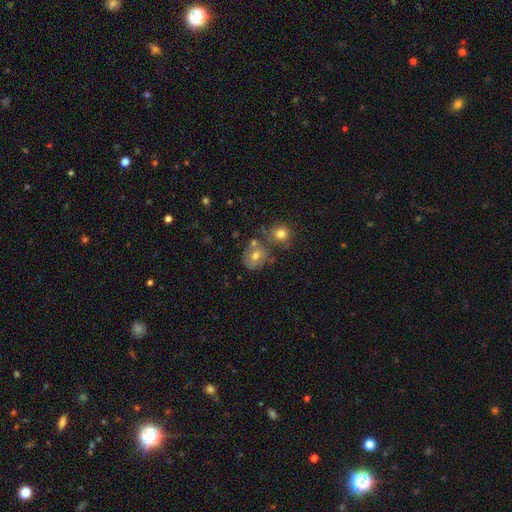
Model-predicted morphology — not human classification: type=smooth (61%); roundness=round (67%); merging=none (50%).